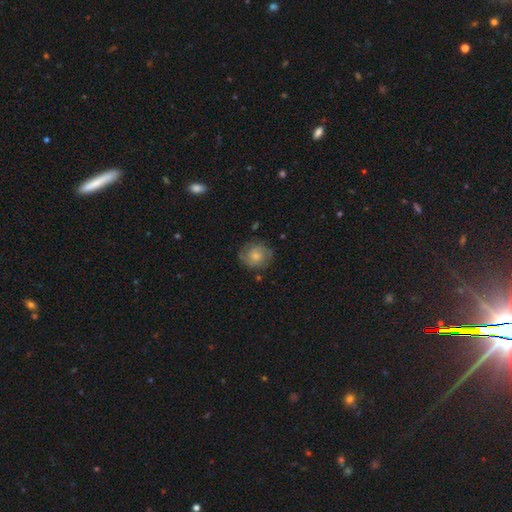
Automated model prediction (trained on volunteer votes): A featured or disk galaxy (47%).

Vote fractions:
- Smooth or featured? featured or disk: 47% / smooth: 45% / star or artifact: 8%
- Merging? none: 74% / minor disturbance: 18% / major disturbance: 6% / merger: 2%